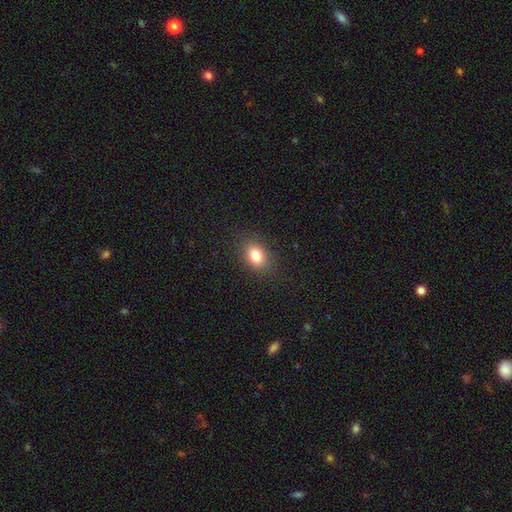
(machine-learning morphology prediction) This appears to be a smooth galaxy with no disk features (82%) that is in between round and cigar-shaped (76%). Merging: none (86%).